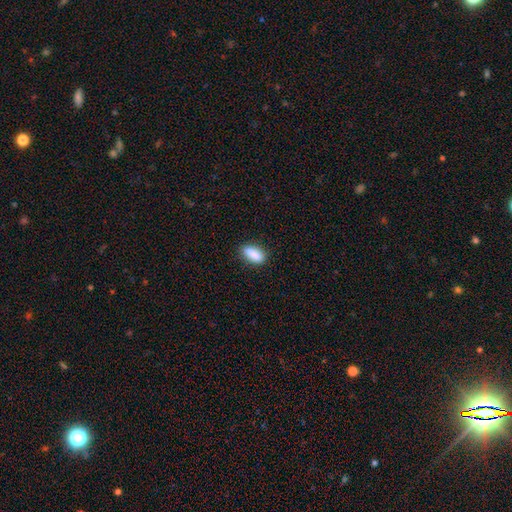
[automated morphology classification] smooth 86%, star or artifact 8%, featured or disk 6%. Down the decision tree: how rounded — in between (76%); merging — none (82%).